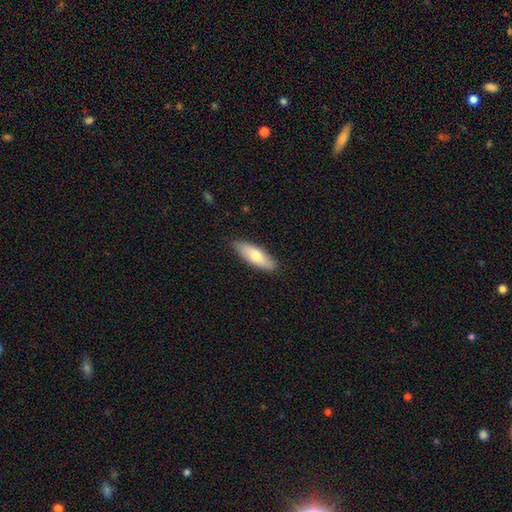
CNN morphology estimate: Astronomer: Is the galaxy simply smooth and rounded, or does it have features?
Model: smooth — 71%.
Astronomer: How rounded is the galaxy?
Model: in between — 58% (runner-up: cigar-shaped, 40%).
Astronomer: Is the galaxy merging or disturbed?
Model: none — 86%.